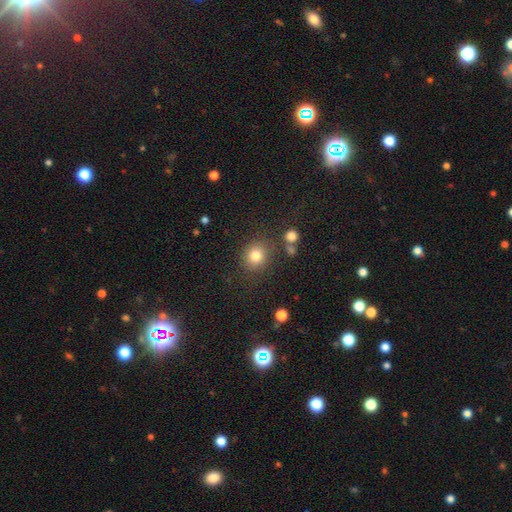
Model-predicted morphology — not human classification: Smooth or featured?
  - smooth: 81% *
  - star or artifact: 12%
  - featured or disk: 7%
How rounded?
  - round: 80% *
  - in between: 19%
  - cigar-shaped: 1%
Merging?
  - none: 79% *
  - minor disturbance: 11%
  - merger: 6%
  - major disturbance: 5%